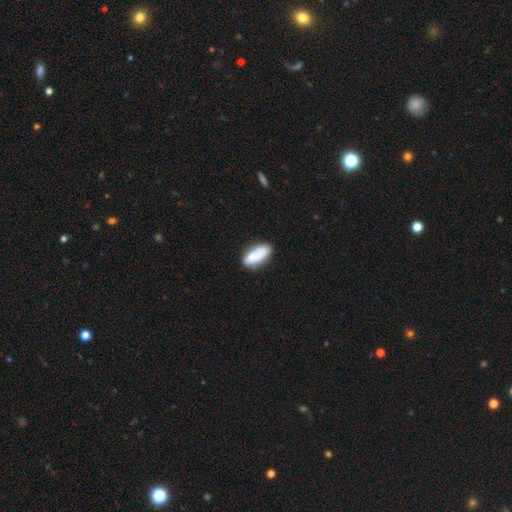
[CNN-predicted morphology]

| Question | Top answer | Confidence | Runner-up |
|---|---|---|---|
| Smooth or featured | smooth | 75% | featured or disk (18%) |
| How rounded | in between | 84% | cigar-shaped (14%) |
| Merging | none | 64% | minor disturbance (23%) |